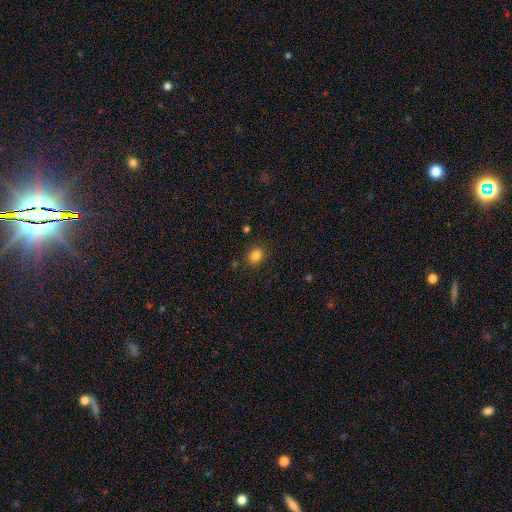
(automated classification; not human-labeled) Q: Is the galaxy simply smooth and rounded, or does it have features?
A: smooth — 83%.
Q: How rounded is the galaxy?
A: round — 66%.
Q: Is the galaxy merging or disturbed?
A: none — 85%.